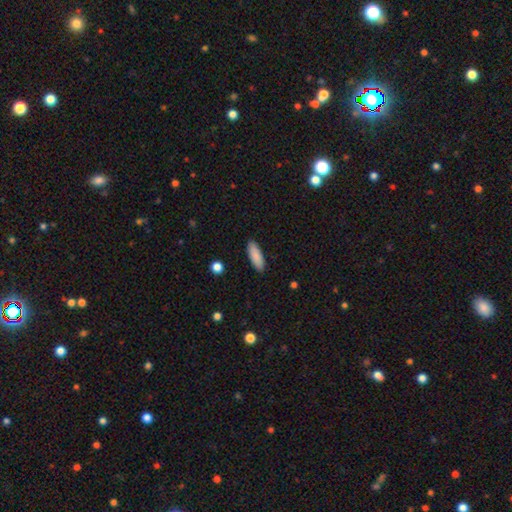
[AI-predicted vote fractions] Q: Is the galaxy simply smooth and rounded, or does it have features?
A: smooth — 88%.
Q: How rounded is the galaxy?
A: in between — 63%.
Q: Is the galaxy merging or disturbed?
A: none — 89%.